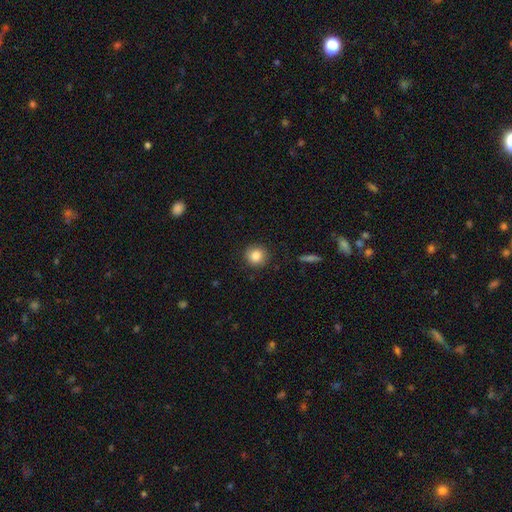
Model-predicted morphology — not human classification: Smooth or featured? Predicted: smooth (p=0.85). How rounded? Predicted: round (p=0.91). Merging? Predicted: none (p=0.90).